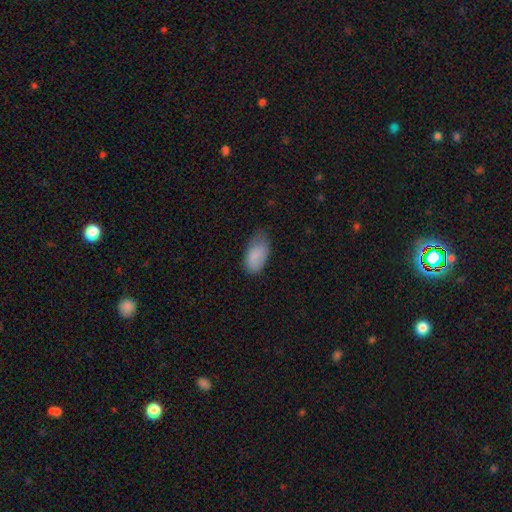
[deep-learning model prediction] Morphology: type=smooth (86%); roundness=in between (95%); merging=none (53%).